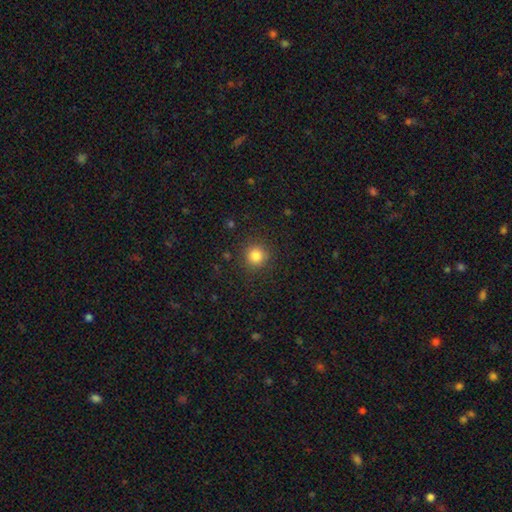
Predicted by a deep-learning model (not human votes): The model was most divided on "smooth or featured": smooth: 83%, star or artifact: 12%, featured or disk: 5%. More confident: how rounded — round (93%); merging — none (89%).